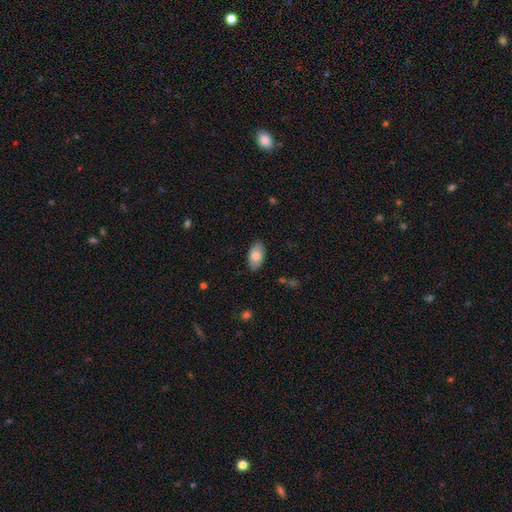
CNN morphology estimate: Smooth or featured? Predicted: smooth (p=0.78). How rounded? Predicted: in between (p=0.94). Merging? Predicted: none (p=0.86).